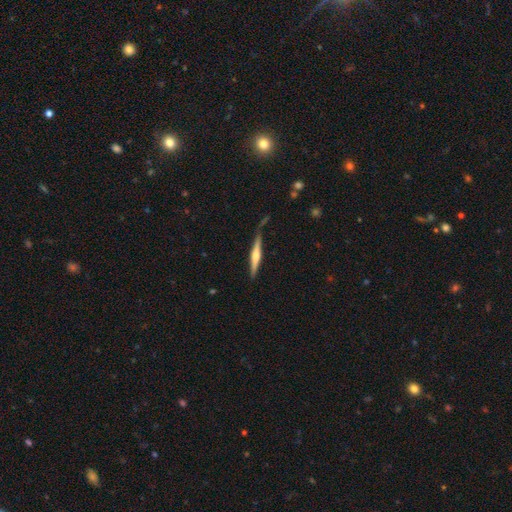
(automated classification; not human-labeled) The model was most divided on "smooth or featured": featured or disk: 63%, smooth: 31%, star or artifact: 5%. More confident: edge-on disk — yes (97%); edge-on bulge — rounded (76%); merging — none (74%).